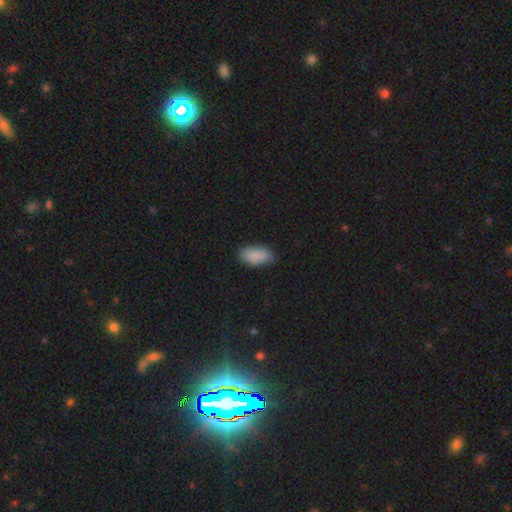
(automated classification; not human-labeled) smooth_or_featured: smooth (p=0.88) [alt: star or artifact p=0.07]
how_rounded: in between (p=0.93) [alt: cigar-shaped p=0.05]
merging: none (p=0.82) [alt: minor disturbance p=0.14]